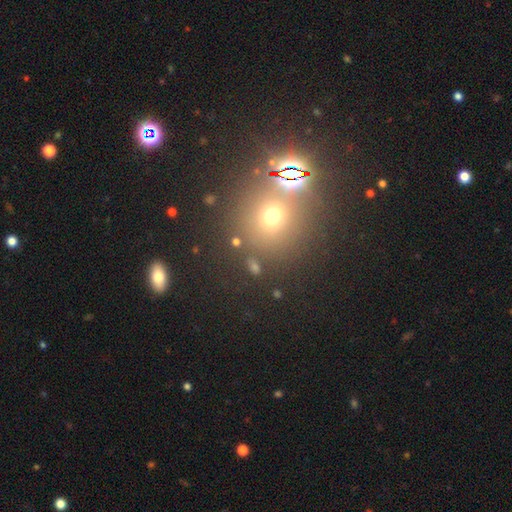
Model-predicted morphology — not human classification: This appears to be a star or artifact, not a galaxy (49%).